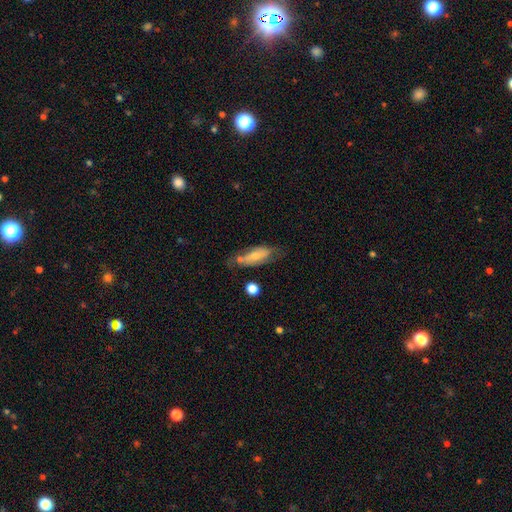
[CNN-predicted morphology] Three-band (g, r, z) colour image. It shows a smooth galaxy with no disk features (55%) that is in between round and cigar-shaped (73%). Merging: none (51%).